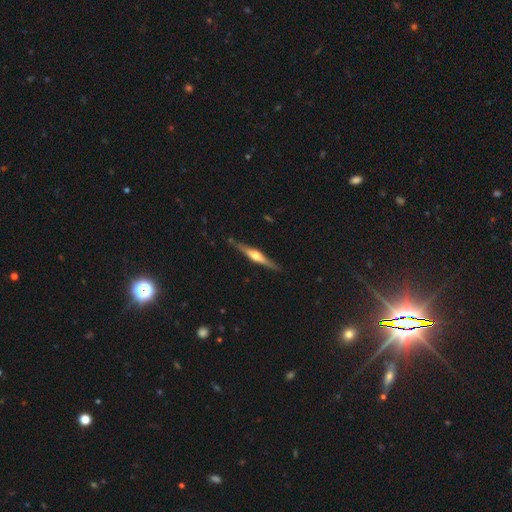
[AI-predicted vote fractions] A featured or disk galaxy (74%) viewed edge-on (98%) with a rounded central bulge (90%). Merging: none (87%).